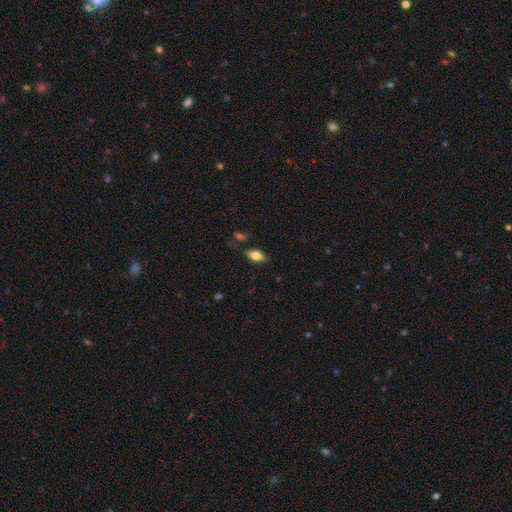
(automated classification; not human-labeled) Morphology: type=smooth (70%); roundness=in between (87%); merging=none (79%).